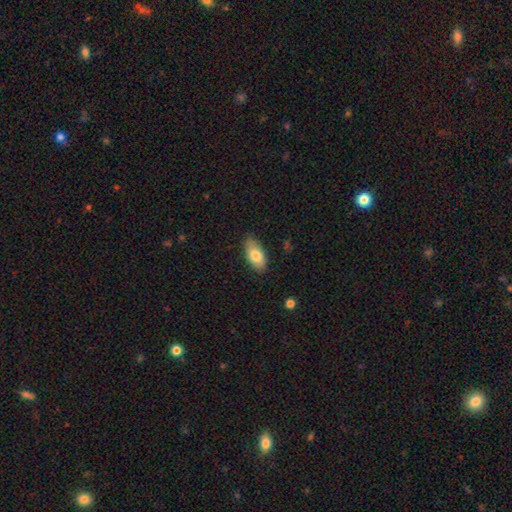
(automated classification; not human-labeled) smooth-or-featured: smooth: 79% | featured or disk: 14% | star or artifact: 6%
  how-rounded: in between: 91% | cigar-shaped: 6% | round: 3%
  merging: none: 83% | minor disturbance: 14% | major disturbance: 2% | merger: 1%